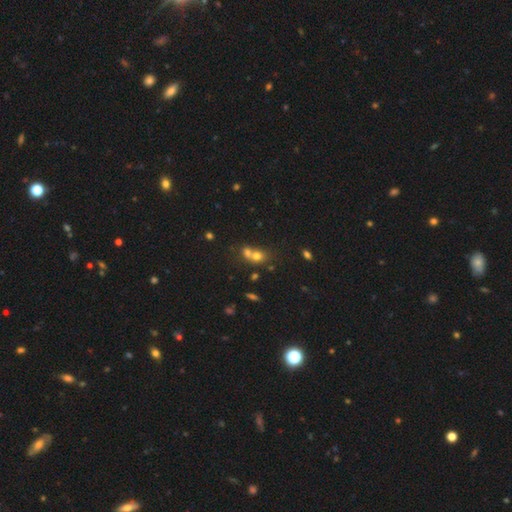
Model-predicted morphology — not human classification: This appears to be a smooth galaxy with no disk features (66%) that is round (64%). Merging: merger (62%).